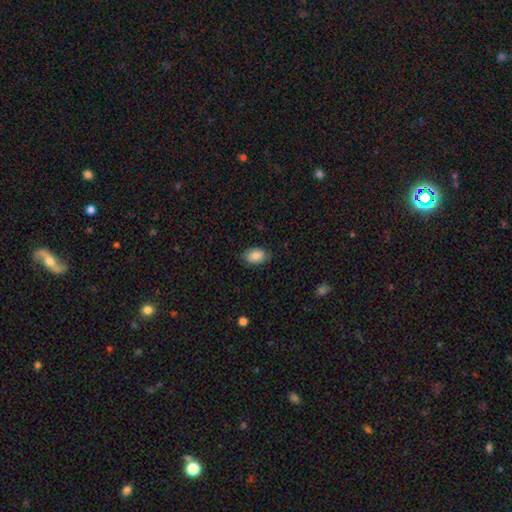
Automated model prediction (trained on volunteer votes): A smooth galaxy with no disk features (83%) that is in between round and cigar-shaped (87%).

Vote fractions:
- Smooth or featured? smooth: 83% / featured or disk: 10% / star or artifact: 7%
- How rounded? in between: 87% / round: 11% / cigar-shaped: 1%
- Merging? none: 75% / minor disturbance: 19% / major disturbance: 5% / merger: 1%